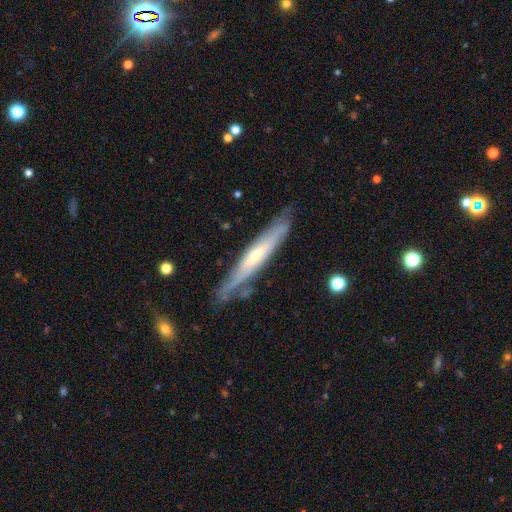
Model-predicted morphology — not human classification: smooth-or-featured: featured or disk: 70% | smooth: 24% | star or artifact: 6%
  disk-edge-on: yes: 76% | no: 24%
    edge-on-bulge: rounded: 62% | none: 33% | boxy: 5%
  merging: none: 75% | minor disturbance: 17% | major disturbance: 4% | merger: 3%